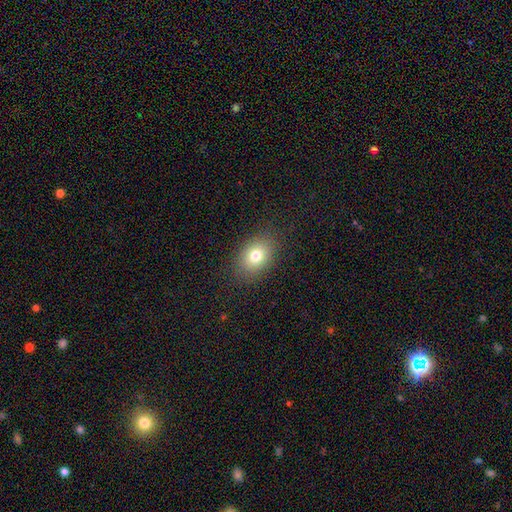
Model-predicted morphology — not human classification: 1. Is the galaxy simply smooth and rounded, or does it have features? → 77% smooth, 12% featured or disk, 11% star or artifact.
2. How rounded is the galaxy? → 72% in between, 27% round, 1% cigar-shaped.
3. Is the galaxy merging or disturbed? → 85% none, 10% minor disturbance, 4% major disturbance, 1% merger.